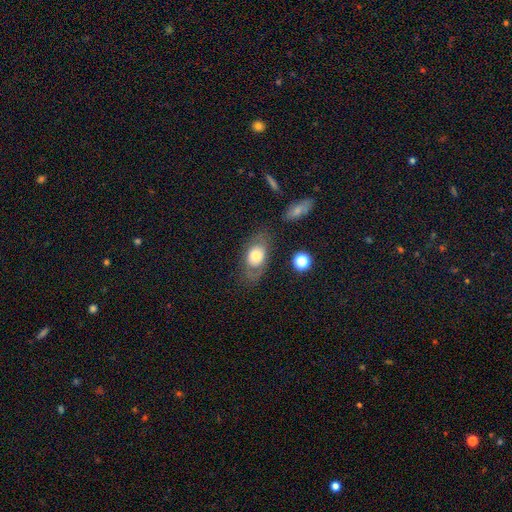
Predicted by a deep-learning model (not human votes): Smooth or featured?
  - smooth: 59% *
  - featured or disk: 33%
  - star or artifact: 8%
How rounded?
  - in between: 79% *
  - round: 19%
  - cigar-shaped: 2%
Merging?
  - none: 66% *
  - minor disturbance: 19%
  - major disturbance: 12%
  - merger: 3%